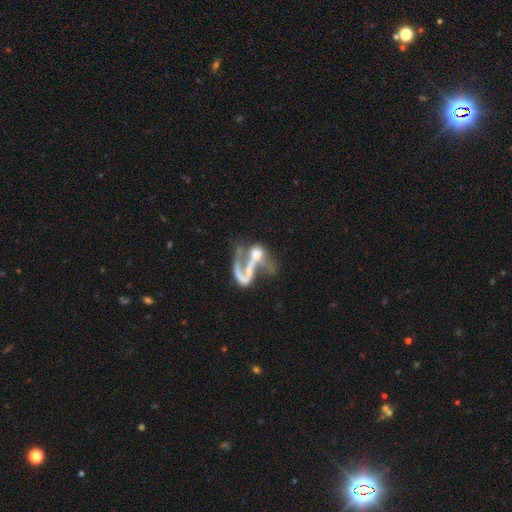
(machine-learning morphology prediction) Smooth or featured: featured or disk — 69% (smooth — 20%)
Edge-on disk: no — 95% (yes — 5%)
Bar: no — 59% (weak — 24%)
Spiral arms: yes — 58% (no — 42%)
Bulge size: none — 34% (moderate — 28%)
Merging: merger — 45% (major disturbance — 32%)